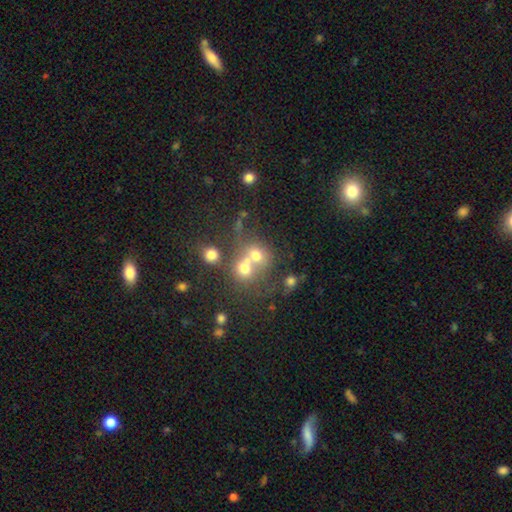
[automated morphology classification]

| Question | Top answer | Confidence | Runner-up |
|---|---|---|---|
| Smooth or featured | smooth | 62% | featured or disk (20%) |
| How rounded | round | 72% | in between (27%) |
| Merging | merger | 53% | none (32%) |